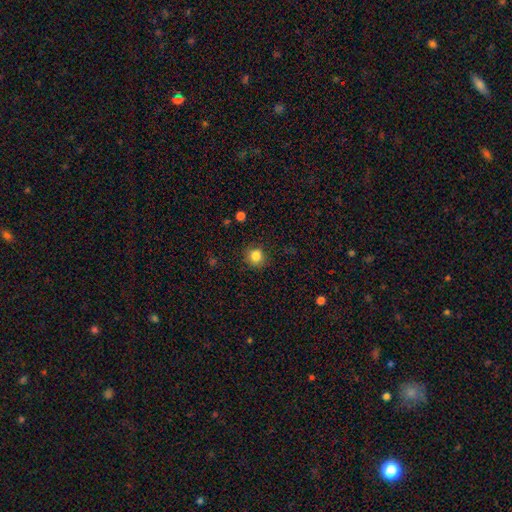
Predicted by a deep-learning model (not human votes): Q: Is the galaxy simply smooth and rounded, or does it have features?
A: smooth — 84%.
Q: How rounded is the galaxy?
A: round — 90%.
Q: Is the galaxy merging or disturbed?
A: none — 87%.